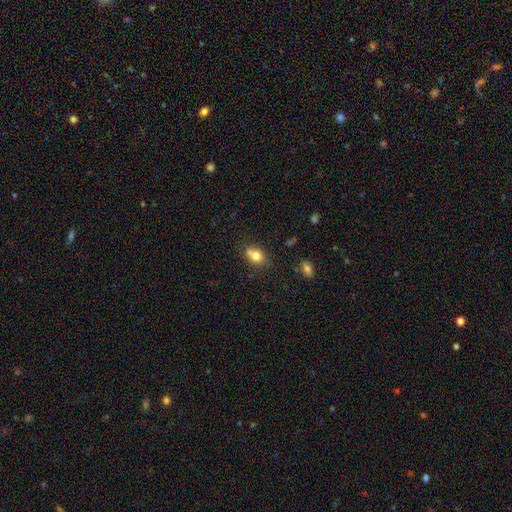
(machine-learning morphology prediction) Q: Smooth or featured?
A: smooth (77%); runner-up: featured or disk (12%)
Q: How rounded?
A: round (50%); runner-up: in between (49%)
Q: Merging?
A: none (55%); runner-up: merger (25%)